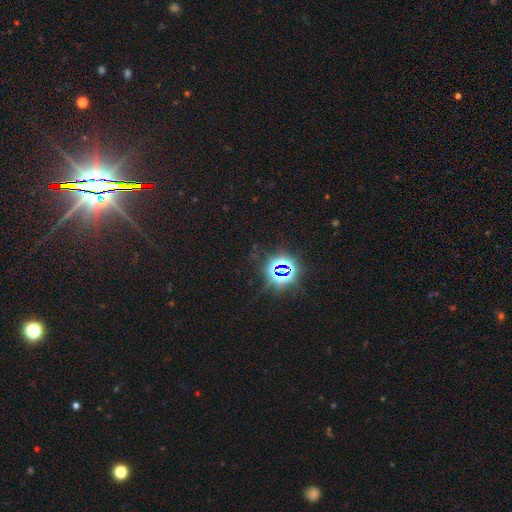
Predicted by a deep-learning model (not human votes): A star or artifact, not a galaxy (82%).